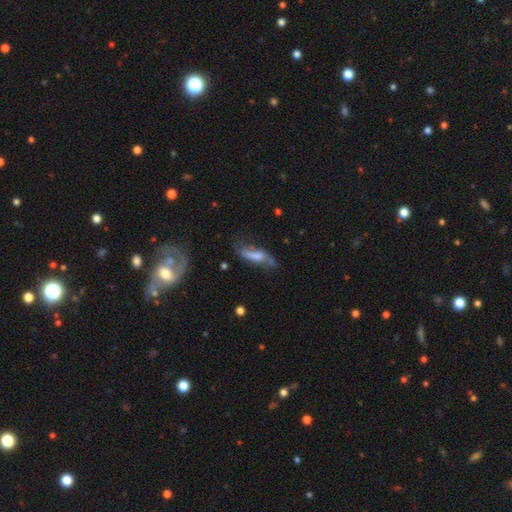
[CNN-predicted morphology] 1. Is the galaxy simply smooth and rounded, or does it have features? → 46% featured or disk, 45% smooth, 9% star or artifact.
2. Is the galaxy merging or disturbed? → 39% none, 28% minor disturbance, 26% major disturbance, 7% merger.